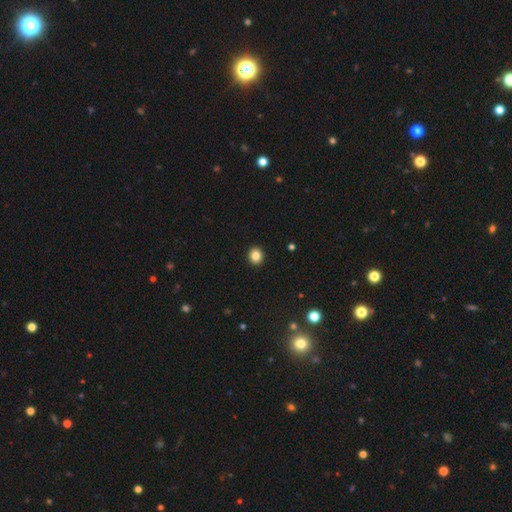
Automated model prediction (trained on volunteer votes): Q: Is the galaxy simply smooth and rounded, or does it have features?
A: smooth — 85%.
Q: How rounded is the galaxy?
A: round — 75%.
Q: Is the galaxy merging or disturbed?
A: none — 93%.